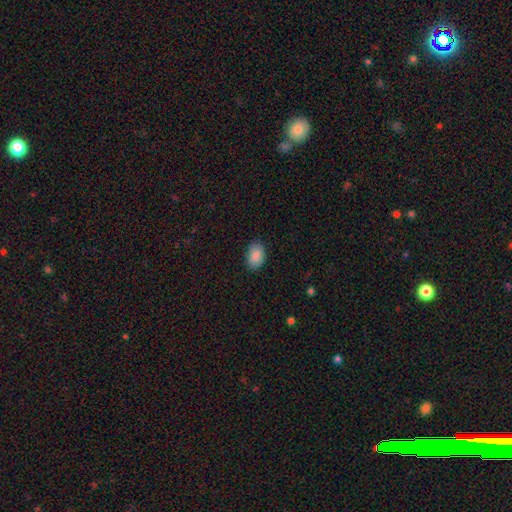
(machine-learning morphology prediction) This is clearly a smooth galaxy (89%). How rounded: clearly in between (88%). Merging: clearly none (83%).